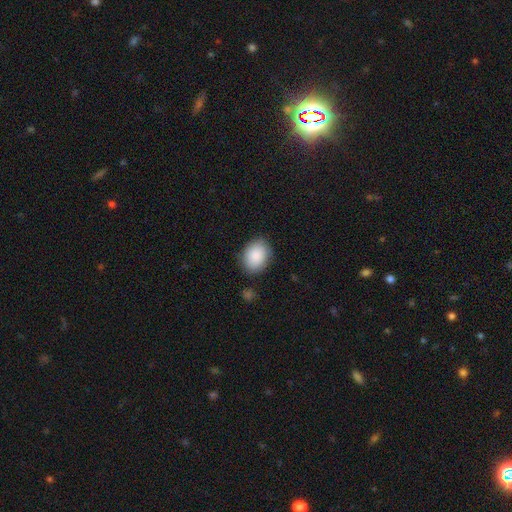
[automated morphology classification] Overall: smooth (89%). How rounded: in between (67%; round 32%). Merging: none (83%).